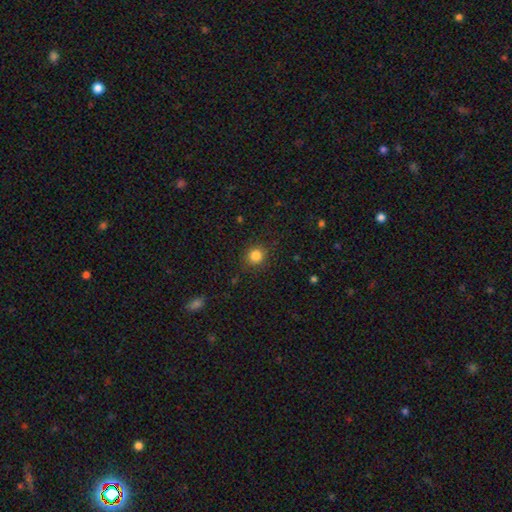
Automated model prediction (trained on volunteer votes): The model was most divided on "smooth or featured": smooth: 84%, star or artifact: 12%, featured or disk: 5%. More confident: how rounded — round (88%); merging — none (88%).